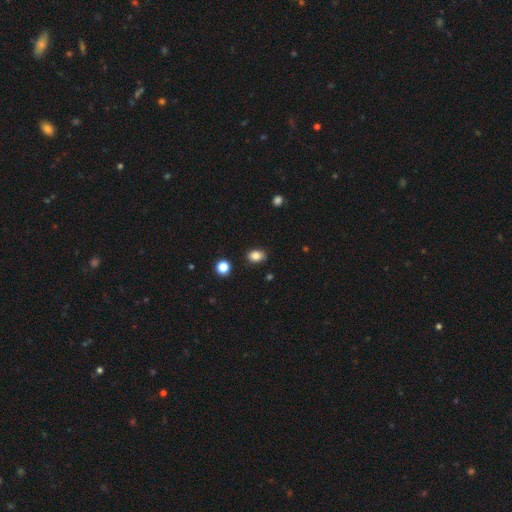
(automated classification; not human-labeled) A smooth galaxy with no disk features (84%) that is in between round and cigar-shaped (73%).

Vote fractions:
- Smooth or featured? smooth: 84% / star or artifact: 10% / featured or disk: 6%
- How rounded? in between: 73% / round: 26% / cigar-shaped: 1%
- Merging? none: 85% / minor disturbance: 11% / major disturbance: 2% / merger: 2%